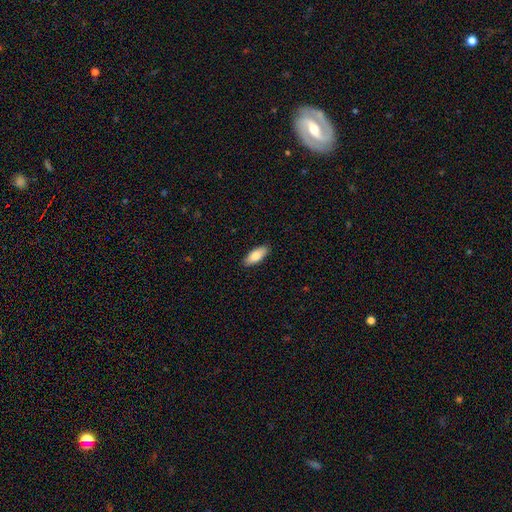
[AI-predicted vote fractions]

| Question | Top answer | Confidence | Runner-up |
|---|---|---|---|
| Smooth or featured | smooth | 80% | featured or disk (15%) |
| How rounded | in between | 79% | cigar-shaped (19%) |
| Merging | none | 90% | minor disturbance (8%) |